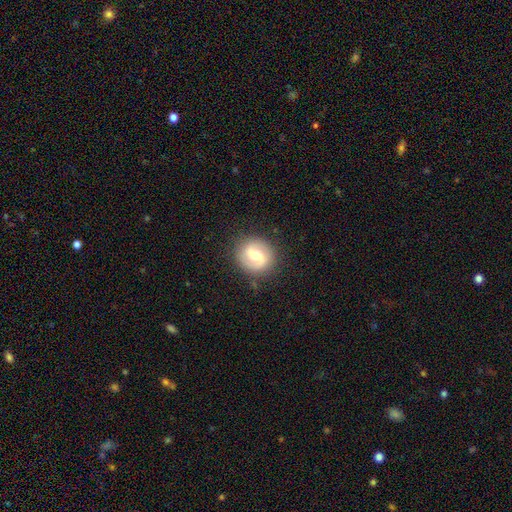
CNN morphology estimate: This is possibly a featured or disk galaxy (54%). It is clearly not viewed edge-on (96%). Bar: possibly weak (46%). Spiral arm pattern: likely yes (69%). Central bulge: likely moderate (69%). Merging: clearly none (84%).